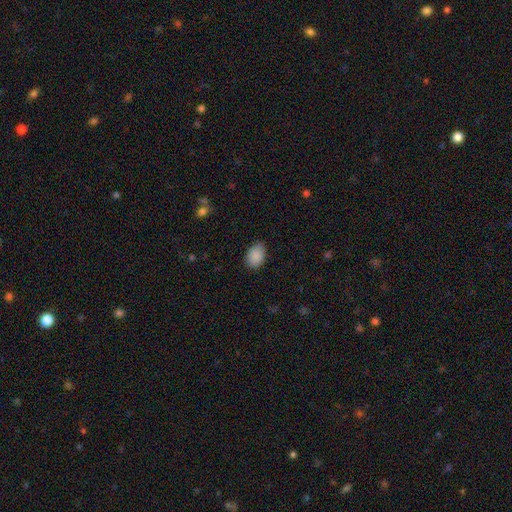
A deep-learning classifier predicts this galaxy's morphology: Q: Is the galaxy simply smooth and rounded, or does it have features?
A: smooth — 89%.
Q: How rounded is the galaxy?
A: in between — 78%.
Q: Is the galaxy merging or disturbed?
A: none — 81%.